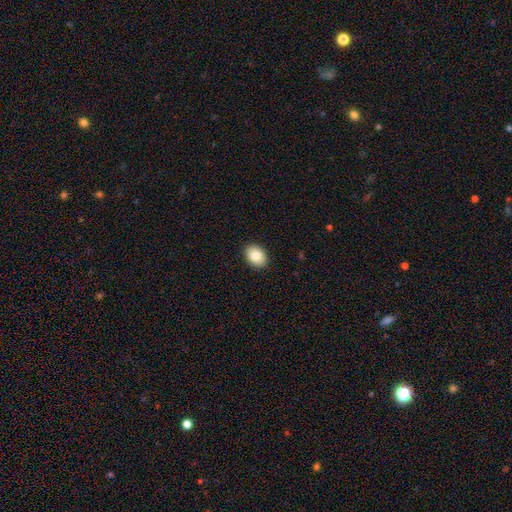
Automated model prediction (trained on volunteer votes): The model was most divided on "how rounded": in between: 74%, round: 25%, cigar-shaped: 1%. More confident: merging — none (90%); smooth or featured — smooth (84%).